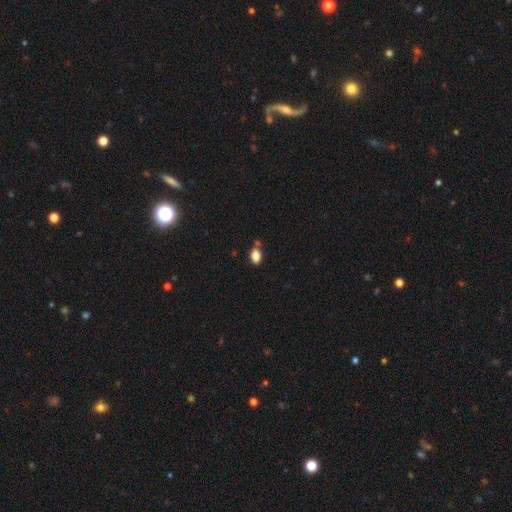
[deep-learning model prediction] Q: Smooth or featured?
A: smooth (84%); runner-up: star or artifact (10%)
Q: How rounded?
A: in between (82%); runner-up: round (16%)
Q: Merging?
A: none (70%); runner-up: minor disturbance (15%)